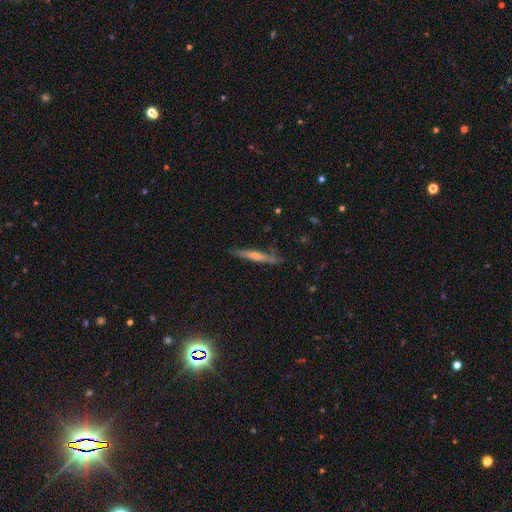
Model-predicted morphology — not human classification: Smooth or featured? featured or disk (56%)
Edge-on disk? yes (91%)
Edge-on bulge? rounded (69%)
Merging? none (79%)